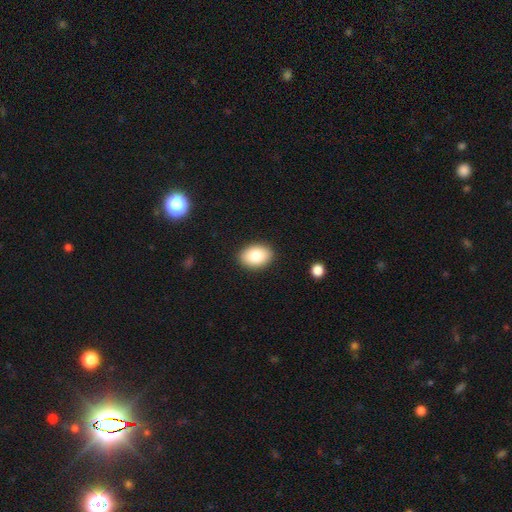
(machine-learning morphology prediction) Smooth or featured: smooth — 84% (featured or disk — 9%)
How rounded: in between — 82% (round — 17%)
Merging: none — 90% (minor disturbance — 7%)